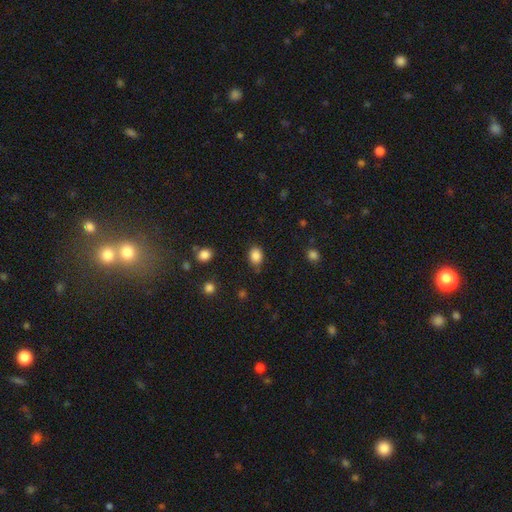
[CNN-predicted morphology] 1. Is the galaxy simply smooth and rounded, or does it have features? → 86% smooth, 10% star or artifact, 4% featured or disk.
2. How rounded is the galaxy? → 64% in between, 35% round, 1% cigar-shaped.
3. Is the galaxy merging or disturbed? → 74% none, 19% minor disturbance, 4% major disturbance, 2% merger.